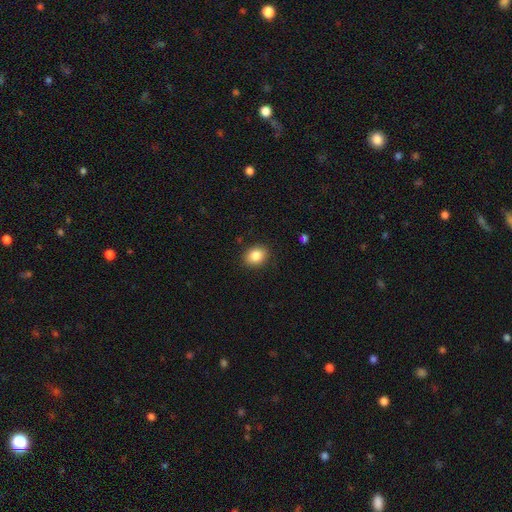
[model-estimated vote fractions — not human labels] This appears to be a smooth galaxy with no disk features (85%) that is in between round and cigar-shaped (52%). Merging: none (88%).